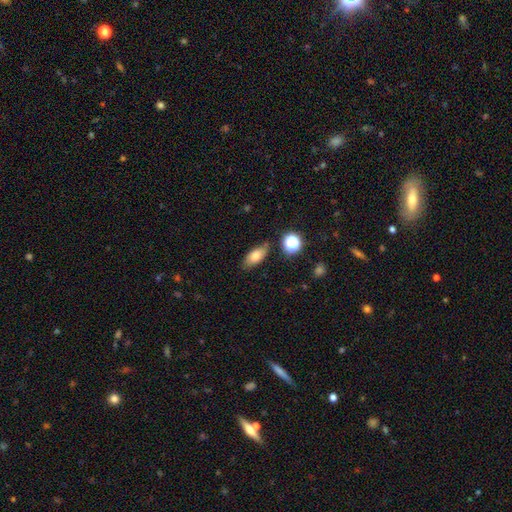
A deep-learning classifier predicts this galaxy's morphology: Overall: smooth (75%). How rounded: in between (84%). Merging: none (77%).